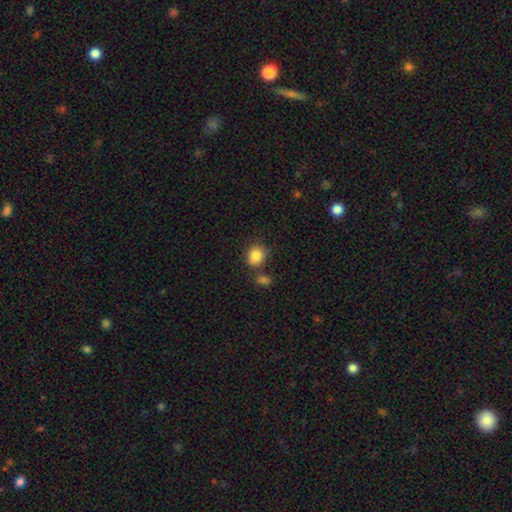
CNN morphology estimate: A smooth galaxy with no disk features (85%) that is round (66%).

Vote fractions:
- Smooth or featured? smooth: 85% / star or artifact: 9% / featured or disk: 5%
- How rounded? round: 66% / in between: 33% / cigar-shaped: 1%
- Merging? none: 68% / minor disturbance: 14% / merger: 13% / major disturbance: 4%